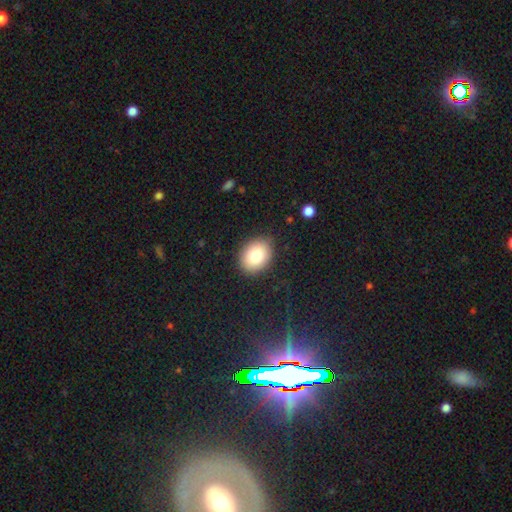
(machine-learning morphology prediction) Smooth or featured?
  - smooth: 84% *
  - star or artifact: 8%
  - featured or disk: 8%
How rounded?
  - in between: 65% *
  - round: 34%
  - cigar-shaped: 1%
Merging?
  - none: 86% *
  - minor disturbance: 10%
  - major disturbance: 3%
  - merger: 1%